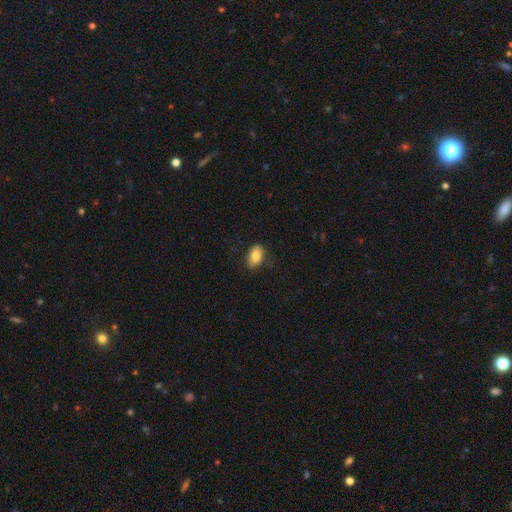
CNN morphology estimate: This appears to be a smooth galaxy with no disk features (82%) that is in between round and cigar-shaped (89%). Merging: none (76%).